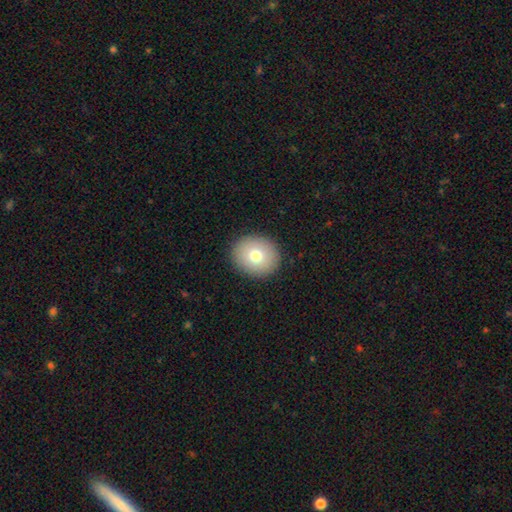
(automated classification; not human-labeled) Smooth or featured? smooth (76%)
How rounded? round (75%)
Merging? none (91%)